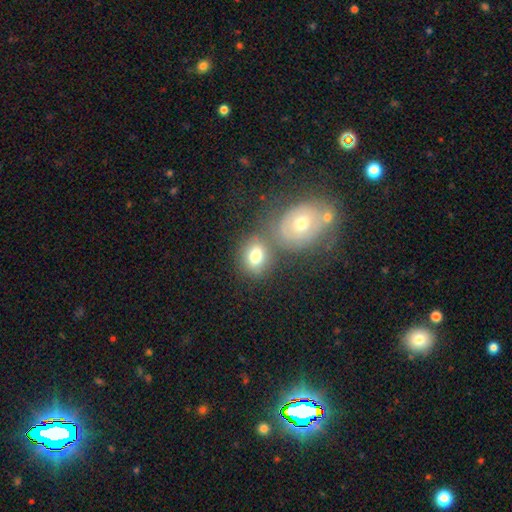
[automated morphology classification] smooth-or-featured: smooth: 68% | featured or disk: 22% | star or artifact: 10%
  how-rounded: in between: 57% | round: 41% | cigar-shaped: 2%
  merging: none: 49% | merger: 33% | minor disturbance: 13% | major disturbance: 6%